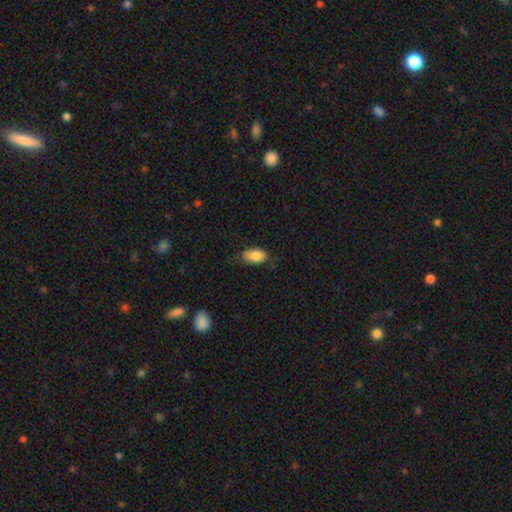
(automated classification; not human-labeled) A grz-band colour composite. It shows a smooth galaxy with no disk features (84%) that is in between round and cigar-shaped (91%). Merging: none (66%).